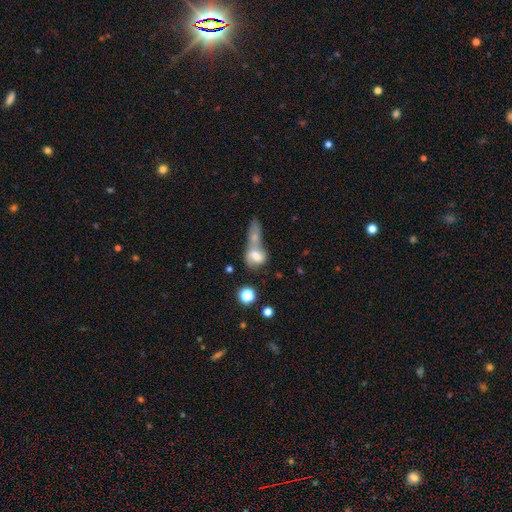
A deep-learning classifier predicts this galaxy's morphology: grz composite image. It shows a smooth galaxy with no disk features (58%) that is in between round and cigar-shaped (60%). Merging: merger (68%).